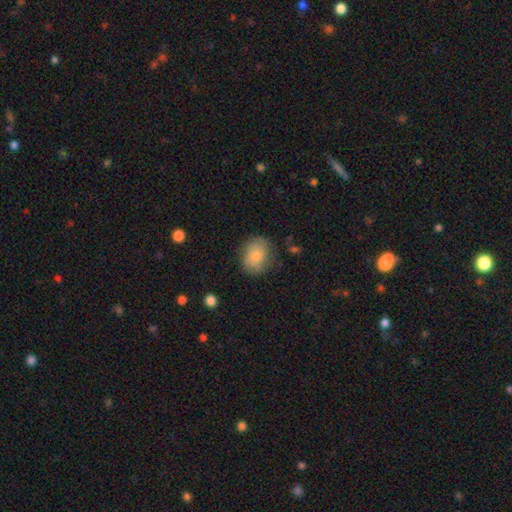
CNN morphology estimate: A smooth galaxy with no disk features (74%) that is round (52%).

Vote fractions:
- Smooth or featured? smooth: 74% / featured or disk: 19% / star or artifact: 7%
- How rounded? round: 52% / in between: 47% / cigar-shaped: 1%
- Merging? none: 71% / minor disturbance: 21% / major disturbance: 6% / merger: 2%